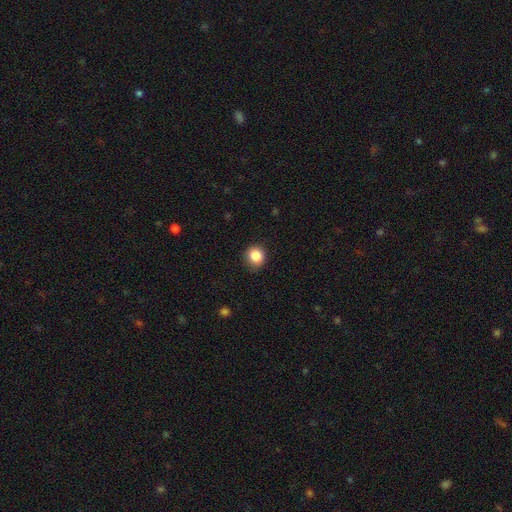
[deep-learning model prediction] Overall: smooth (86%). How rounded: round (83%). Merging: none (85%).